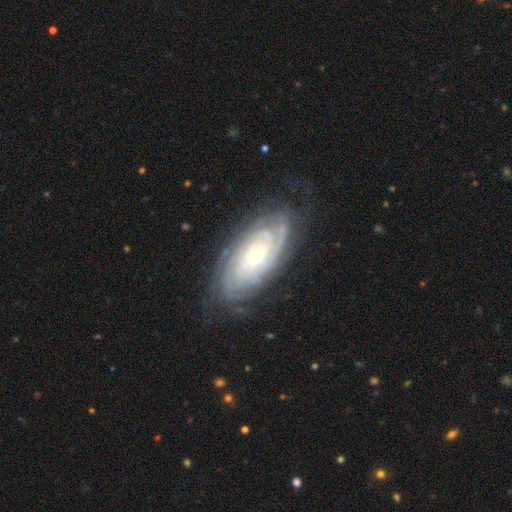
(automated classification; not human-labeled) Q: Smooth or featured?
A: featured or disk (86%); runner-up: smooth (8%)
Q: Edge-on disk?
A: no (94%); runner-up: yes (6%)
Q: Bar?
A: no (74%); runner-up: weak (19%)
Q: Spiral arms?
A: yes (97%); runner-up: no (3%)
Q: Spiral winding?
A: tight (82%); runner-up: medium (15%)
Q: Spiral arm count?
A: can't tell (33%); runner-up: 4 (21%)
Q: Bulge size?
A: small (74%); runner-up: moderate (22%)
Q: Merging?
A: none (77%); runner-up: minor disturbance (16%)